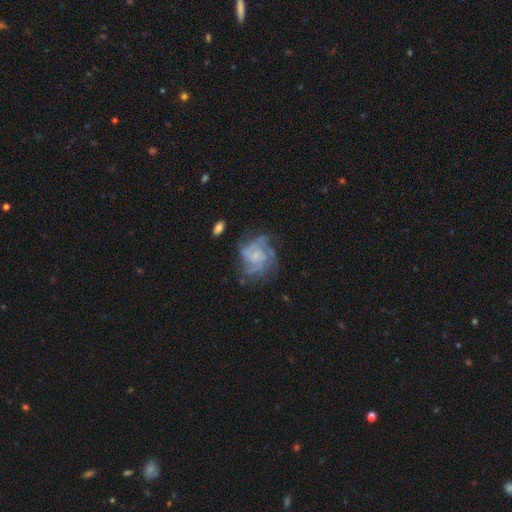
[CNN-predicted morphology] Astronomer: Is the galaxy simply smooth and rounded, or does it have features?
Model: featured or disk — 80%.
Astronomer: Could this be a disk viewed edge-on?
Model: no — 98%.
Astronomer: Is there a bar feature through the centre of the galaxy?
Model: no — 71%.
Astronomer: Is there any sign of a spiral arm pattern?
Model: yes — 91%.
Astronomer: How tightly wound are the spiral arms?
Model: tight — 48% (runner-up: medium, 39%).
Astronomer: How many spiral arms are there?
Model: can't tell — 32% (runner-up: 4, 23%).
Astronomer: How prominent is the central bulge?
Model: small — 61%.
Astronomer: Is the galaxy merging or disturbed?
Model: none — 60%.